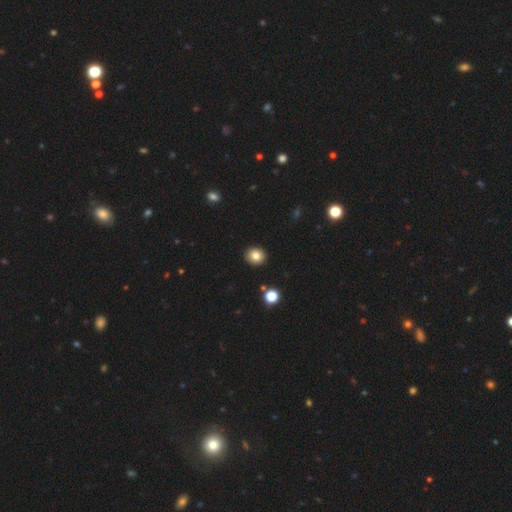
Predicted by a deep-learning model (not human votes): smooth_or_featured: smooth (p=0.83) [alt: star or artifact p=0.11]
how_rounded: round (p=0.79) [alt: in between p=0.20]
merging: none (p=0.91) [alt: minor disturbance p=0.05]